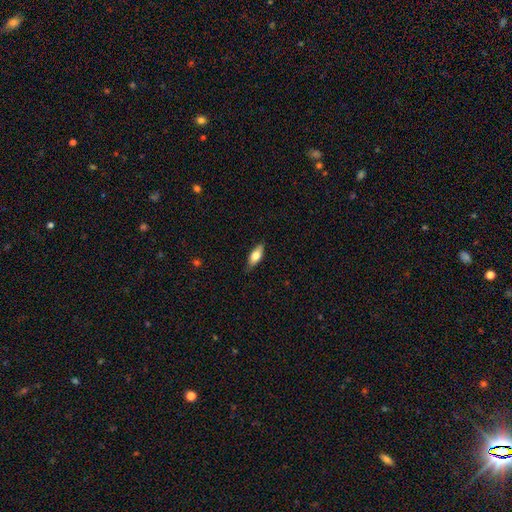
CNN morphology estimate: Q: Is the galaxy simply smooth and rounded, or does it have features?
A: smooth — 71%.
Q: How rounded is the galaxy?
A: in between — 74%.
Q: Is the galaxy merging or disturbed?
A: none — 81%.